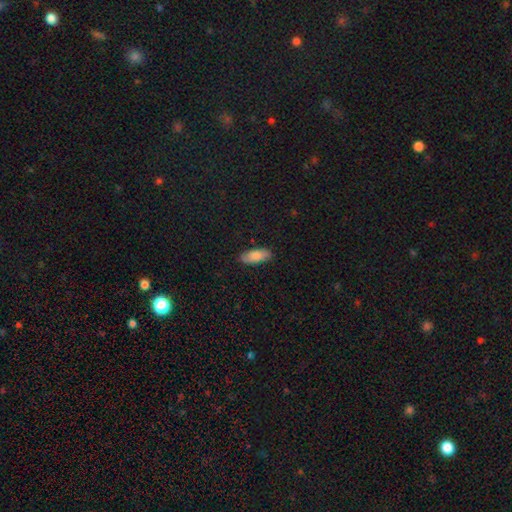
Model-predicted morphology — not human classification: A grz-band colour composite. It shows a smooth galaxy with no disk features (84%) that is in between round and cigar-shaped (79%). Merging: none (86%).